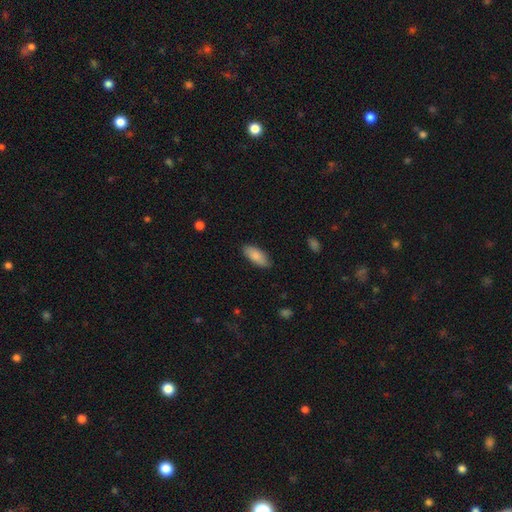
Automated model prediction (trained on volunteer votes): smooth-or-featured: smooth: 86% | featured or disk: 8% | star or artifact: 6%
  how-rounded: in between: 81% | cigar-shaped: 17% | round: 2%
  merging: none: 86% | minor disturbance: 10% | major disturbance: 2% | merger: 1%